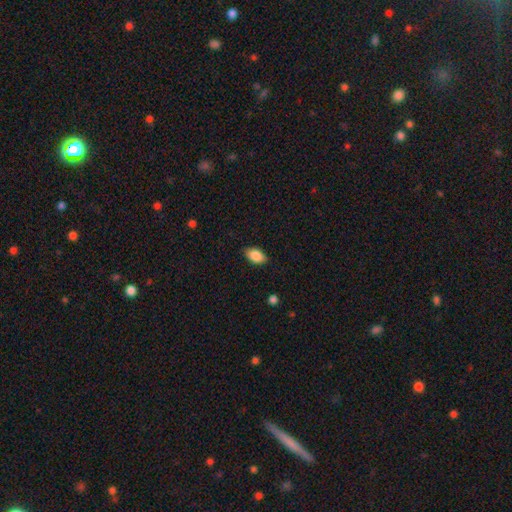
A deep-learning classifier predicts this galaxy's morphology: smooth_or_featured: smooth (p=0.87) [alt: star or artifact p=0.07]
how_rounded: in between (p=0.91) [alt: round p=0.08]
merging: none (p=0.85) [alt: minor disturbance p=0.12]